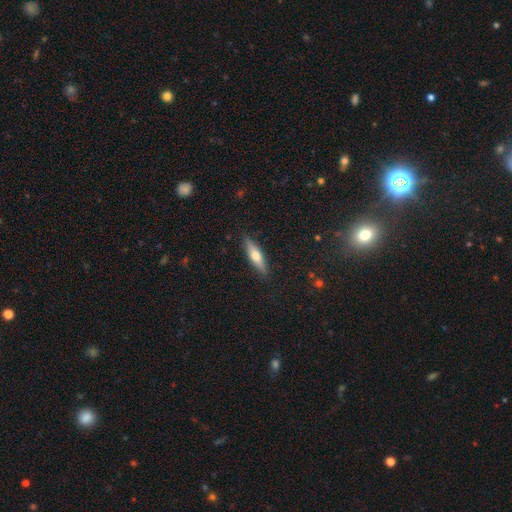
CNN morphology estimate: This is possibly a smooth galaxy (48%). Merging: clearly none (87%).